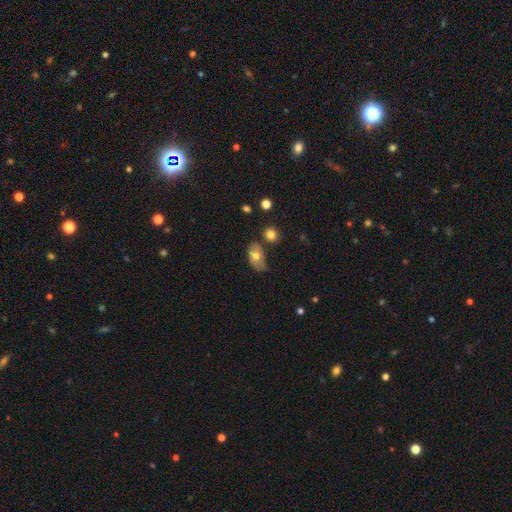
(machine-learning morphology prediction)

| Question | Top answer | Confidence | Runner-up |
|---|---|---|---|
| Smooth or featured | smooth | 67% | featured or disk (24%) |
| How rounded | in between | 87% | round (11%) |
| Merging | none | 39% | minor disturbance (37%) |